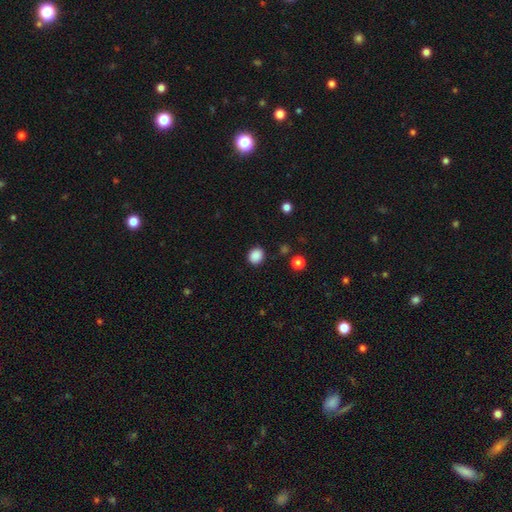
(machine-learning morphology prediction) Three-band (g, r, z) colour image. It shows a smooth galaxy with no disk features (87%) that is round (72%). Merging: none (88%).